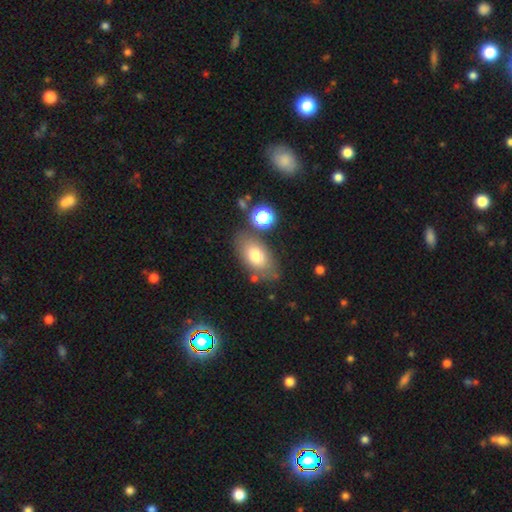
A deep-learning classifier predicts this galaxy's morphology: Overall: smooth (75%). How rounded: in between (89%). Merging: none (73%).